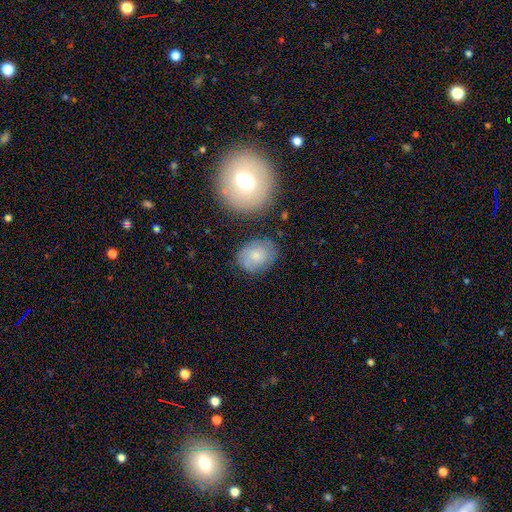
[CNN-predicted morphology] smooth-or-featured: smooth: 71% | featured or disk: 21% | star or artifact: 8%
  how-rounded: in between: 64% | round: 35% | cigar-shaped: 1%
  merging: none: 72% | minor disturbance: 18% | major disturbance: 6% | merger: 5%